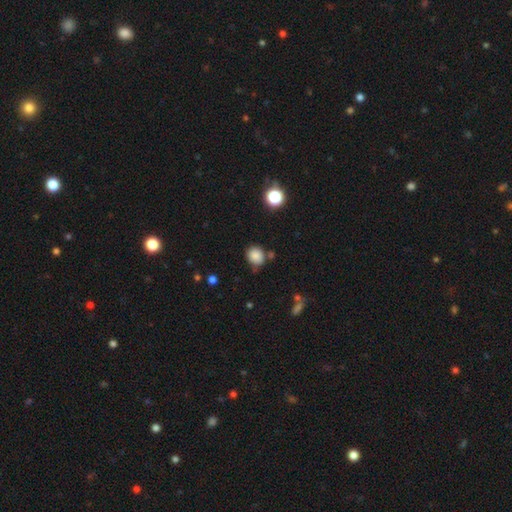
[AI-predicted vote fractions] smooth 84%, star or artifact 11%, featured or disk 5%. Down the decision tree: how rounded — round (72%); merging — none (73%).